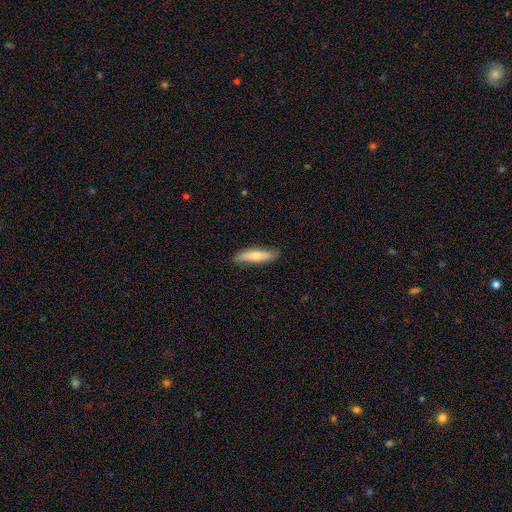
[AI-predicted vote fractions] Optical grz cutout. It shows a smooth galaxy with no disk features (56%) that is cigar-shaped (82%). Merging: none (86%).